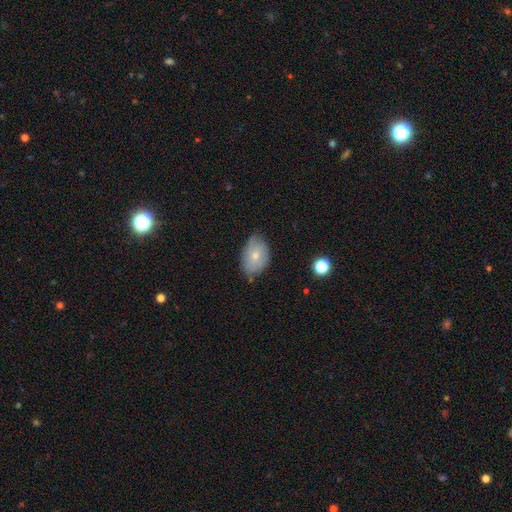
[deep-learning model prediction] This is likely a smooth galaxy (71%). How rounded: clearly in between (82%). Merging: likely none (64%).